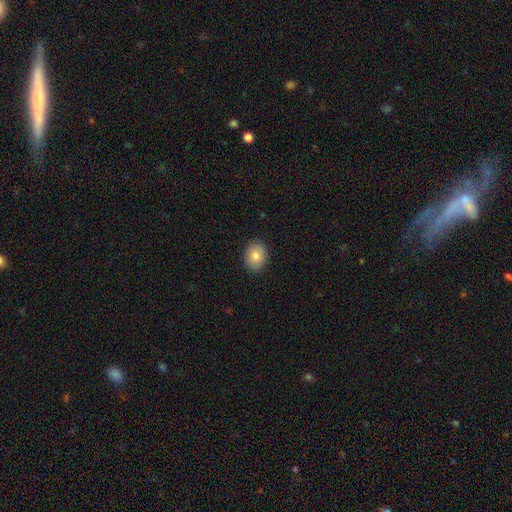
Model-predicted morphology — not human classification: Smooth or featured? smooth (82%)
How rounded? in between (56%)
Merging? none (89%)